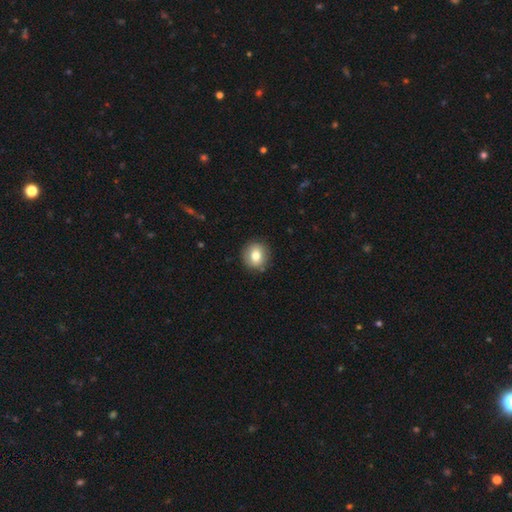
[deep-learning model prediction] This is likely a smooth galaxy (77%). How rounded: clearly round (87%). Merging: clearly none (88%).